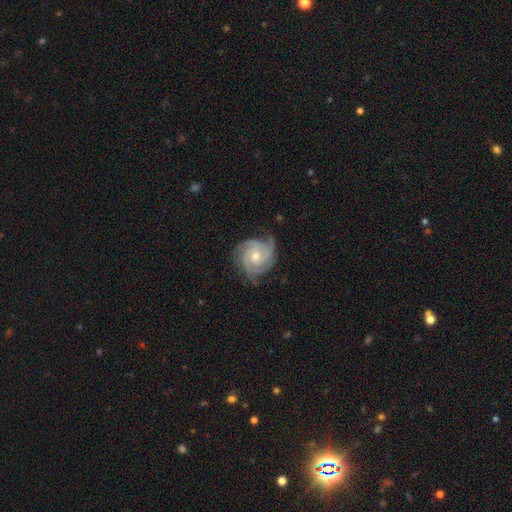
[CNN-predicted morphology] The model was most divided on "bulge size": moderate: 63%, small: 33%, large: 2%, none: 1%, dominant: 1%. More confident: spiral arms — yes (98%); edge-on disk — no (98%); smooth or featured — featured or disk (91%); merging — none (74%); spiral winding — tight (73%); bar — no (69%); spiral arm count — 3 (54%).